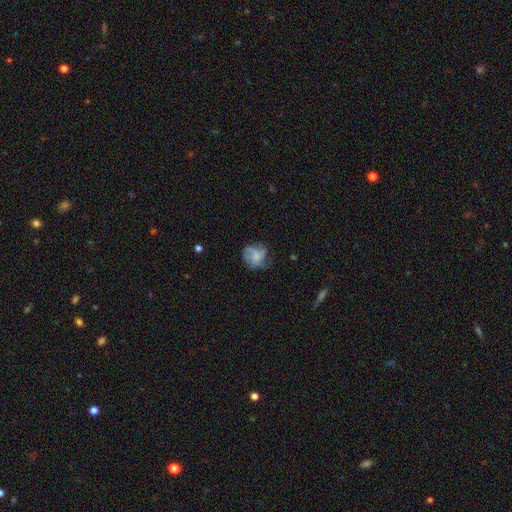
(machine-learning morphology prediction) smooth_or_featured: smooth (p=0.49) [alt: featured or disk p=0.41]
merging: none (p=0.53) [alt: minor disturbance p=0.25]